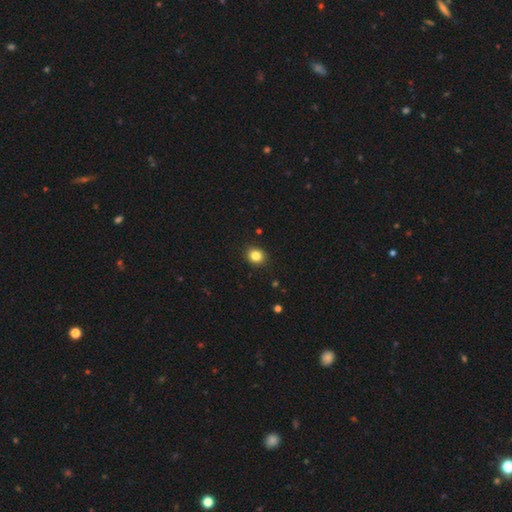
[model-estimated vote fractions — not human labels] This appears to be a smooth galaxy with no disk features (84%) that is round (74%). Merging: none (90%).